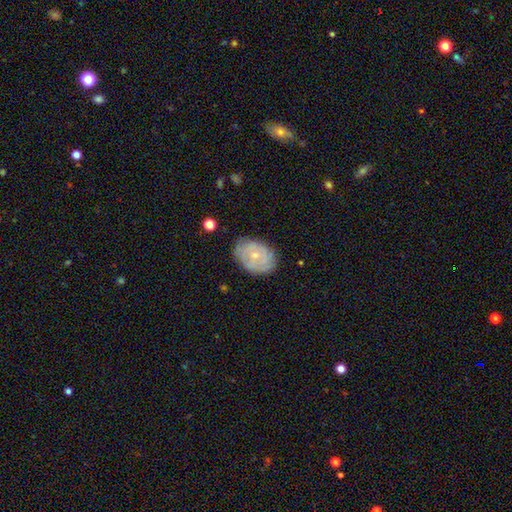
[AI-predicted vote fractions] Smooth or featured?
  - featured or disk: 51% *
  - smooth: 42%
  - star or artifact: 7%
Edge-on disk?
  - no: 96% *
  - yes: 4%
Merging?
  - none: 74% *
  - minor disturbance: 19%
  - major disturbance: 5%
  - merger: 1%